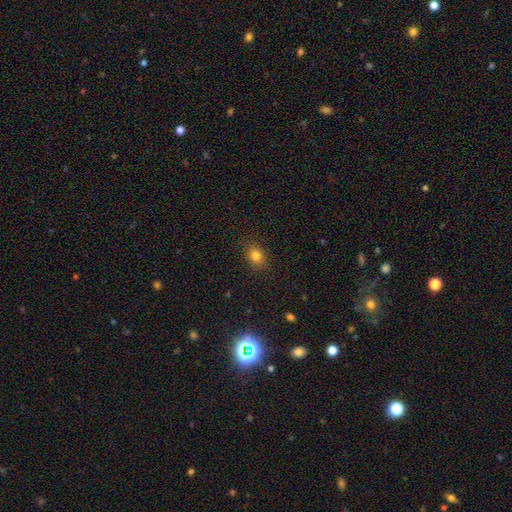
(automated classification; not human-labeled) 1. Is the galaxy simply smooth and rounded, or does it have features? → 80% smooth, 13% star or artifact, 7% featured or disk.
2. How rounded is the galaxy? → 51% in between, 47% round, 1% cigar-shaped.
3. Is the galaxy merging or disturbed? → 87% none, 10% minor disturbance, 3% major disturbance, 1% merger.